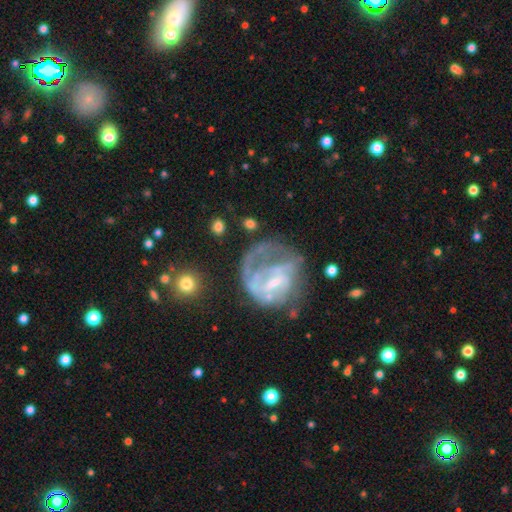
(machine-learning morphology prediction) Smooth or featured? featured or disk (72%)
Edge-on disk? no (97%)
Bar? weak (43%)
Spiral arms? yes (67%)
Bulge size? small (56%)
Merging? none (39%)